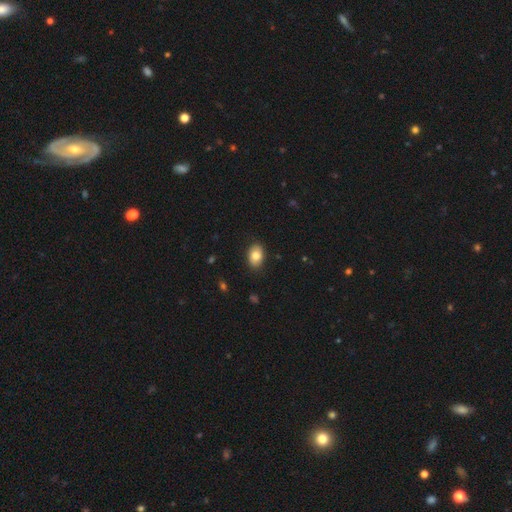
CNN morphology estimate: The model was most divided on "how rounded": in between: 83%, round: 16%, cigar-shaped: 1%. More confident: merging — none (87%); smooth or featured — smooth (81%).